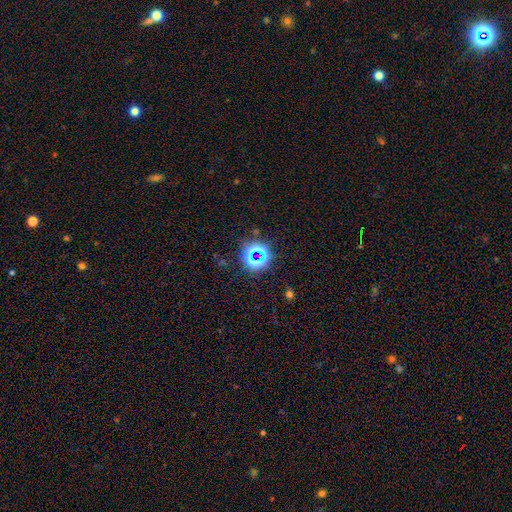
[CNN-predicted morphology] Overall: star or artifact (68%).